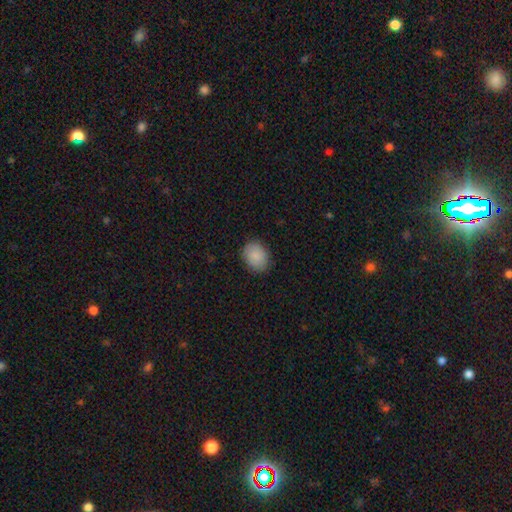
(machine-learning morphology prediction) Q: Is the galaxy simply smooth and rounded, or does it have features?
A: smooth — 89%.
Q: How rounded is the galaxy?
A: in between — 56%.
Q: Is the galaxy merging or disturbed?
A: none — 86%.